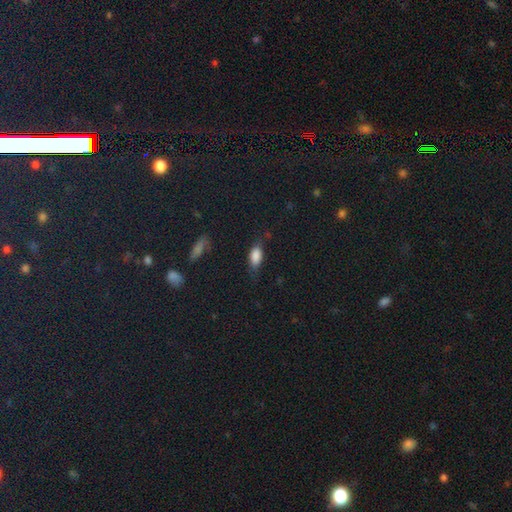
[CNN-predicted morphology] smooth_or_featured: smooth (p=0.84) [alt: star or artifact p=0.08]
how_rounded: in between (p=0.87) [alt: cigar-shaped p=0.09]
merging: none (p=0.64) [alt: minor disturbance p=0.26]